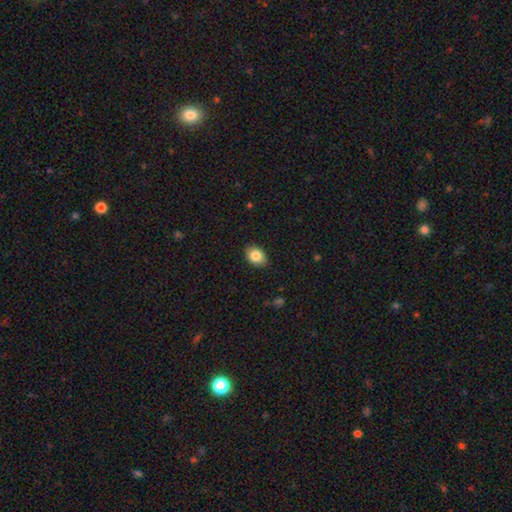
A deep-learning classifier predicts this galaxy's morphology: Overall: smooth (84%). How rounded: in between (74%). Merging: none (87%).